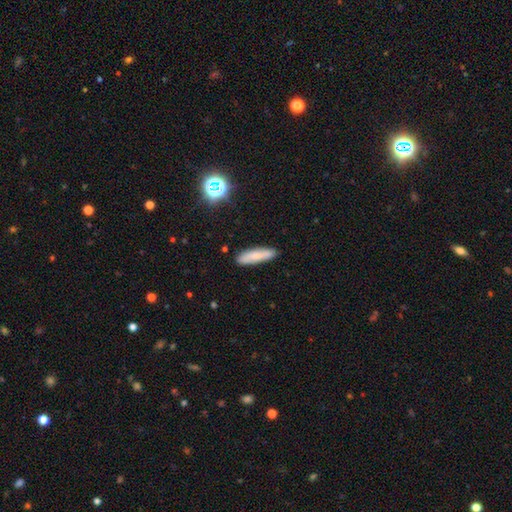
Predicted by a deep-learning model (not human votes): Smooth or featured?
  - smooth: 74% *
  - featured or disk: 18%
  - star or artifact: 9%
How rounded?
  - cigar-shaped: 69% *
  - in between: 29%
  - round: 2%
Merging?
  - none: 85% *
  - minor disturbance: 11%
  - major disturbance: 2%
  - merger: 2%